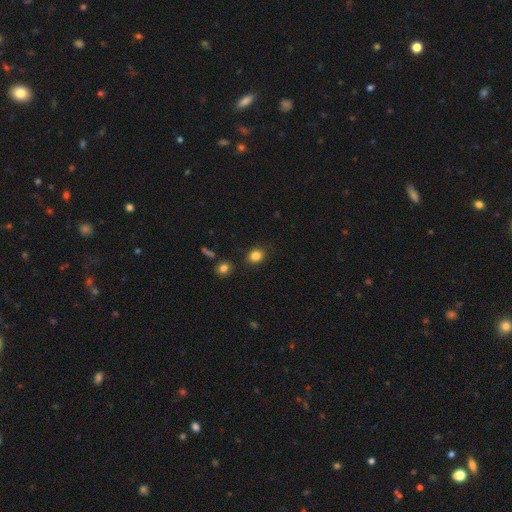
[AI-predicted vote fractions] Morphology: type=smooth (84%); roundness=round (56%); merging=none (84%).